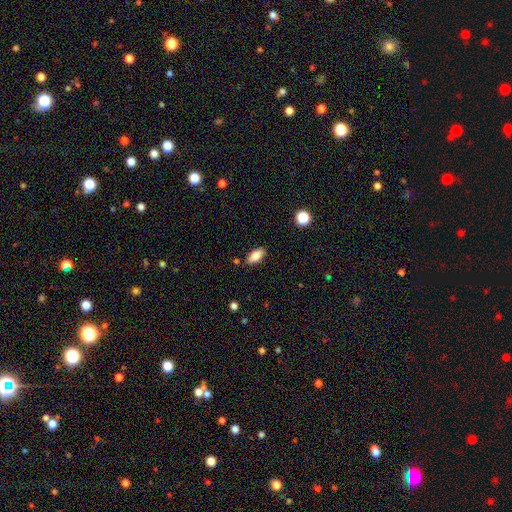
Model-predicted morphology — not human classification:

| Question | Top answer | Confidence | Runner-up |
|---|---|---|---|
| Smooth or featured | smooth | 82% | featured or disk (10%) |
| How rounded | in between | 87% | cigar-shaped (10%) |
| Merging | none | 85% | minor disturbance (11%) |